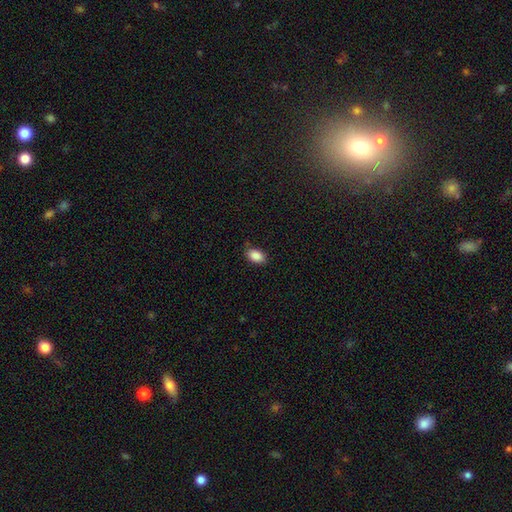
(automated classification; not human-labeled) Smooth or featured? Predicted: smooth (p=0.88). How rounded? Predicted: in between (p=0.90). Merging? Predicted: none (p=0.82).